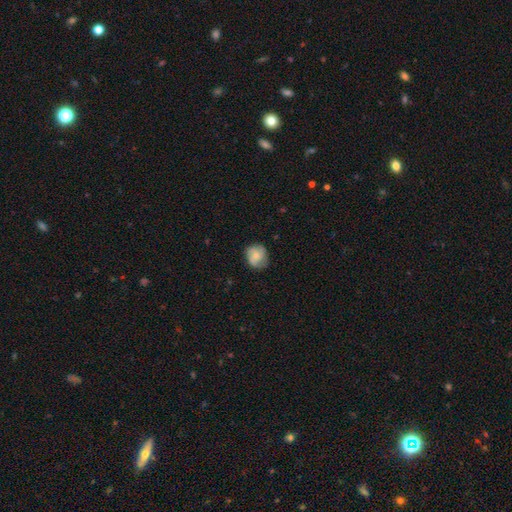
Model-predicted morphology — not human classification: A smooth galaxy with no disk features (54%) that is round (73%). Merging: none (71%).